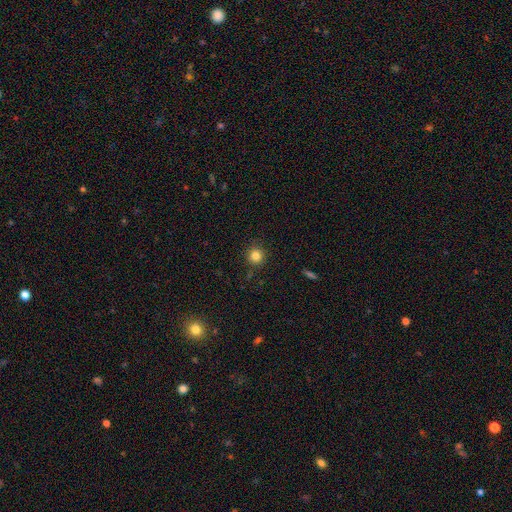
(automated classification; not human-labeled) Q: Smooth or featured?
A: smooth (83%); runner-up: star or artifact (12%)
Q: How rounded?
A: round (94%); runner-up: in between (5%)
Q: Merging?
A: none (89%); runner-up: minor disturbance (7%)